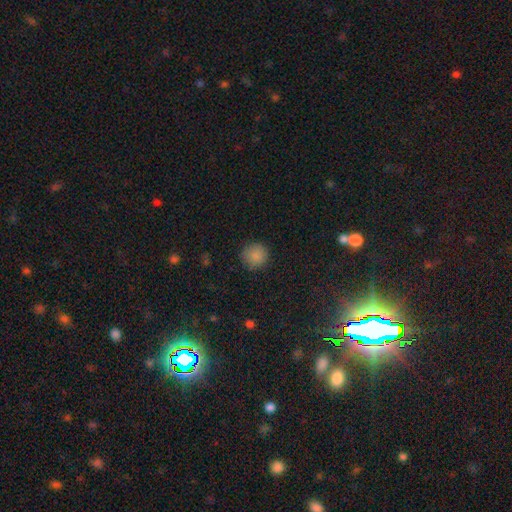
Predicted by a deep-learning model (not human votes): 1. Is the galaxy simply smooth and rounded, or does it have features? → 86% smooth, 9% star or artifact, 4% featured or disk.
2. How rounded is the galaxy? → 94% round, 5% in between, 1% cigar-shaped.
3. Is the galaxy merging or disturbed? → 88% none, 9% minor disturbance, 3% major disturbance, 1% merger.